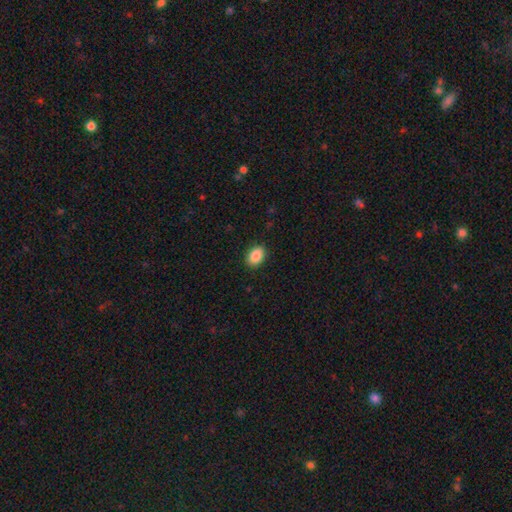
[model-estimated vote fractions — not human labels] Overall: smooth (88%). How rounded: in between (81%). Merging: none (89%).